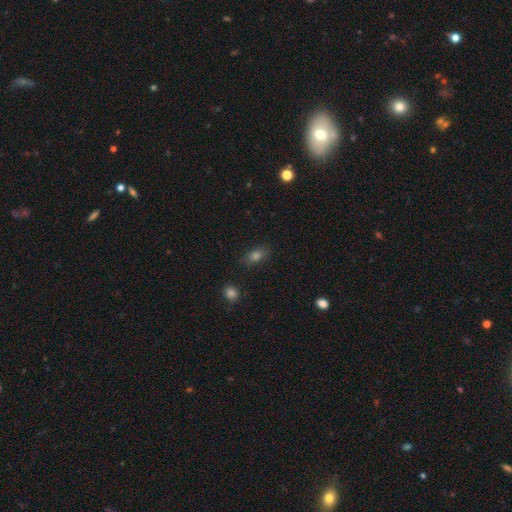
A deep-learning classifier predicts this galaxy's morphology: type=smooth (74%); roundness=in between (77%); merging=none (85%).